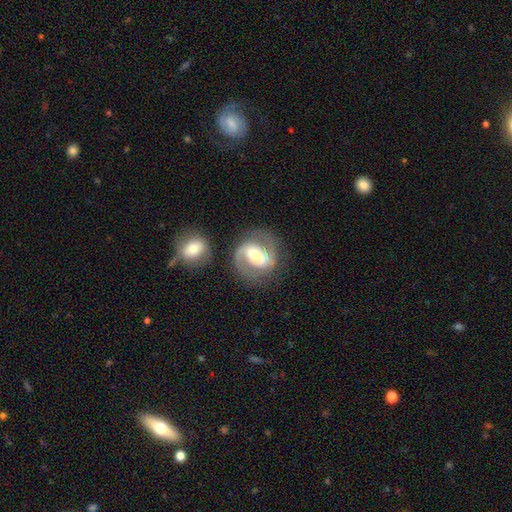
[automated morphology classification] A featured or disk galaxy (82%) with a weak bar (39%), 2 (82%) medium (52%) spiral arms (94%) and a moderate central bulge (60%). Merging: none (70%).